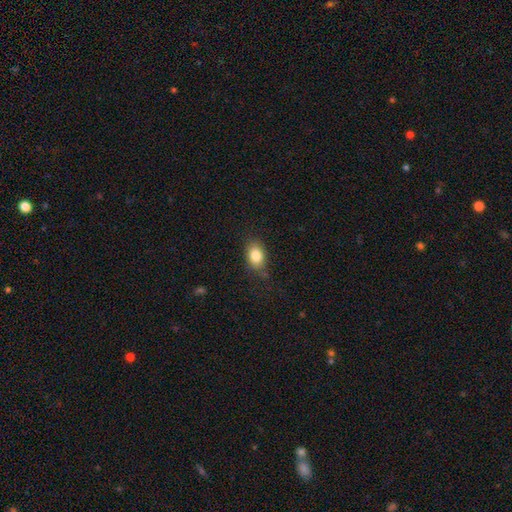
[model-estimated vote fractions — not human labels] Smooth or featured? smooth (83%)
How rounded? in between (79%)
Merging? none (77%)